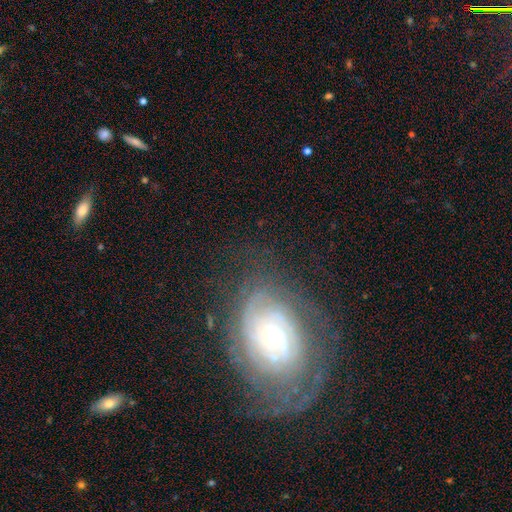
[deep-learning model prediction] Smooth or featured? featured or disk (72%)
Edge-on disk? no (96%)
Bar? no (78%)
Spiral arms? yes (84%)
Spiral winding? tight (70%)
Spiral arm count? can't tell (48%)
Bulge size? small (54%)
Merging? none (71%)